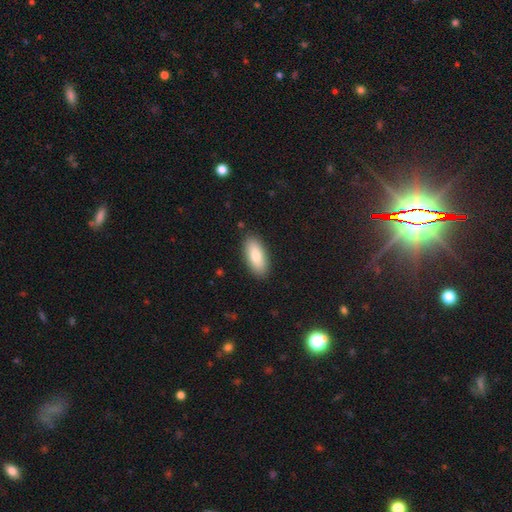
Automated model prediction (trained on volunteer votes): Smooth or featured? Predicted: smooth (p=0.80). How rounded? Predicted: in between (p=0.86). Merging? Predicted: none (p=0.88).